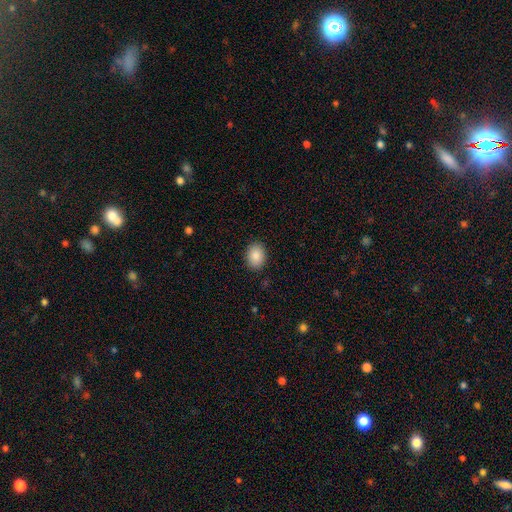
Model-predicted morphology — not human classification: smooth-or-featured: smooth: 88% | star or artifact: 7% | featured or disk: 5%
  how-rounded: in between: 70% | round: 29% | cigar-shaped: 1%
  merging: none: 89% | minor disturbance: 8% | major disturbance: 2% | merger: 1%